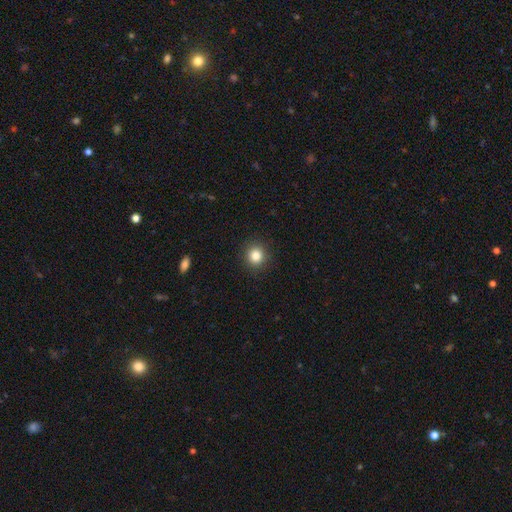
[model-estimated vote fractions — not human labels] Q: Smooth or featured?
A: smooth (84%); runner-up: star or artifact (11%)
Q: How rounded?
A: round (90%); runner-up: in between (10%)
Q: Merging?
A: none (91%); runner-up: minor disturbance (6%)